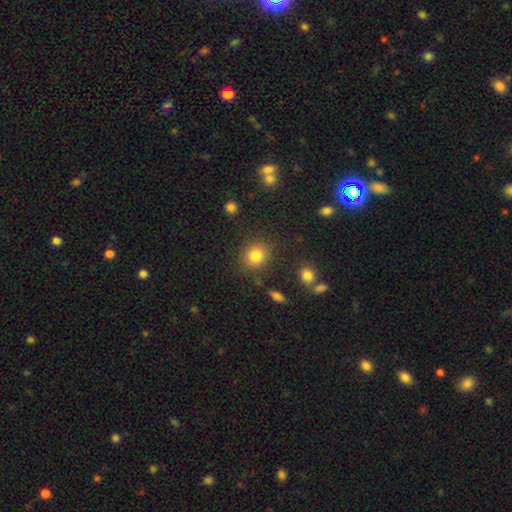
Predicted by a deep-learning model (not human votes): This is clearly a smooth galaxy (82%). How rounded: clearly round (82%). Merging: clearly none (84%).